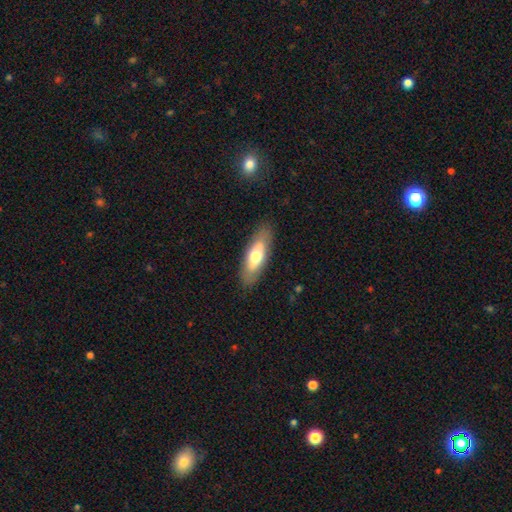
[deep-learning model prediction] Smooth or featured? Predicted: smooth (p=0.60). How rounded? Predicted: in between (p=0.60). Merging? Predicted: none (p=0.84).